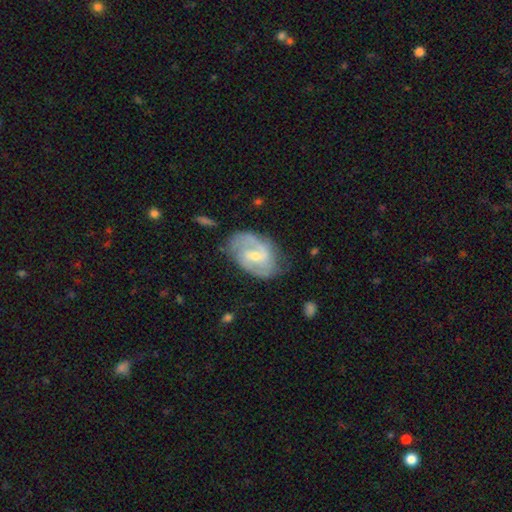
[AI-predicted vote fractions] Morphology: type=featured or disk (81%); edge-on=no (97%); bar=weak (56%); spiral arms=yes (92%); winding=medium (50%); arm count=2 (81%); bulge=small (53%); merging=none (69%).